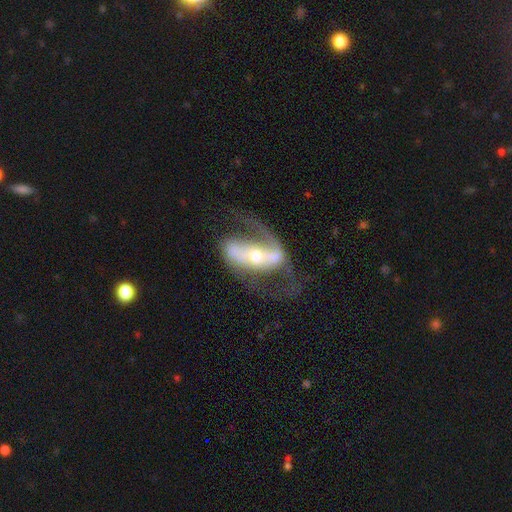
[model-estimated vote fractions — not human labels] A featured or disk galaxy (84%) with a strong bar (57%), 2 (82%) loose (43%, tied with medium) spiral arms (86%) and a moderate central bulge (54%). Merging: none (52%).